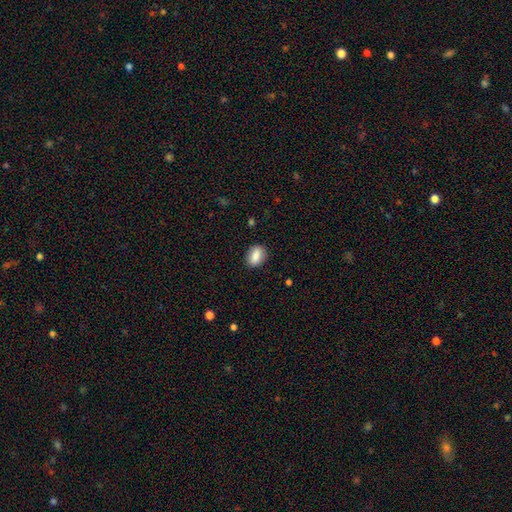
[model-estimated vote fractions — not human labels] The model was most divided on "how rounded": in between: 81%, round: 16%, cigar-shaped: 3%. More confident: merging — none (87%); smooth or featured — smooth (84%).